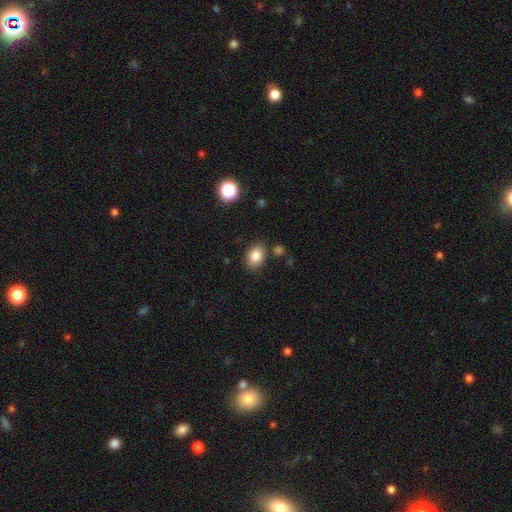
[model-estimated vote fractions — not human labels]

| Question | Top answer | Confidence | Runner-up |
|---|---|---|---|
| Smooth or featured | smooth | 84% | star or artifact (9%) |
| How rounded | in between | 77% | round (22%) |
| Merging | none | 82% | minor disturbance (11%) |